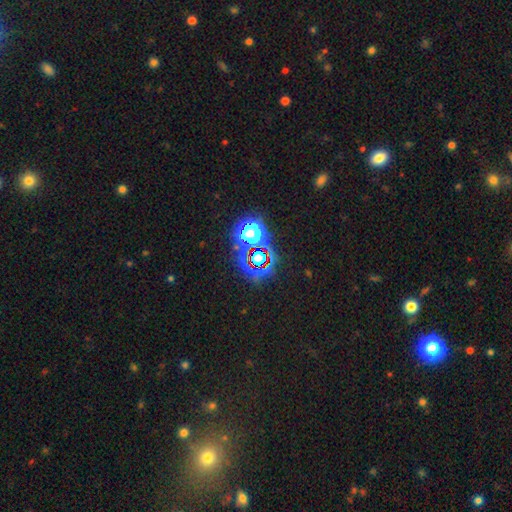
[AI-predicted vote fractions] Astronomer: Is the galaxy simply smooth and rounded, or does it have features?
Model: star or artifact — 75%.